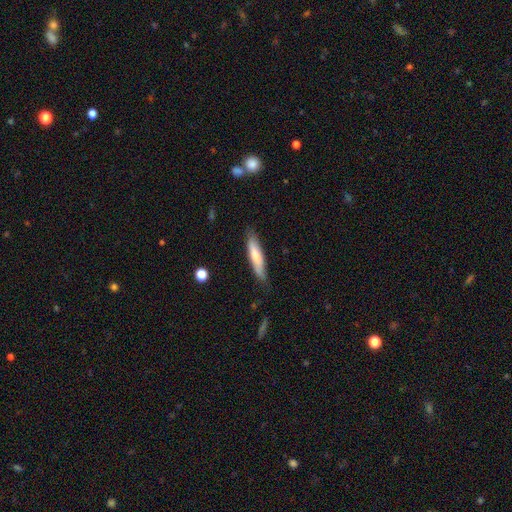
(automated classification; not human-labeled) smooth 69%, featured or disk 25%, star or artifact 6%. Down the decision tree: how rounded — cigar-shaped (79%); merging — none (76%).